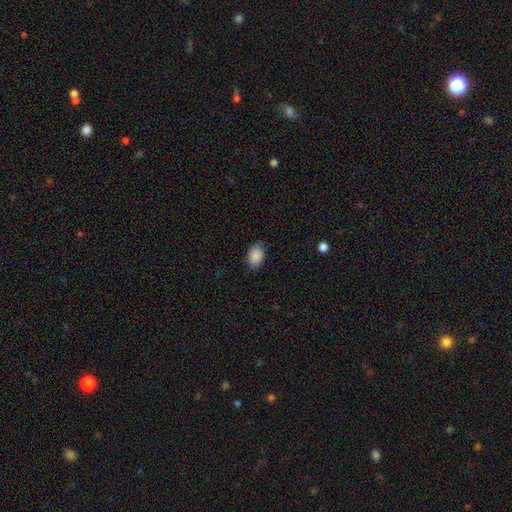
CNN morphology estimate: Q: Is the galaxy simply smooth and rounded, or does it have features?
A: smooth — 89%.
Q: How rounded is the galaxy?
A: in between — 82%.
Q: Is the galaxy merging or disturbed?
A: none — 79%.